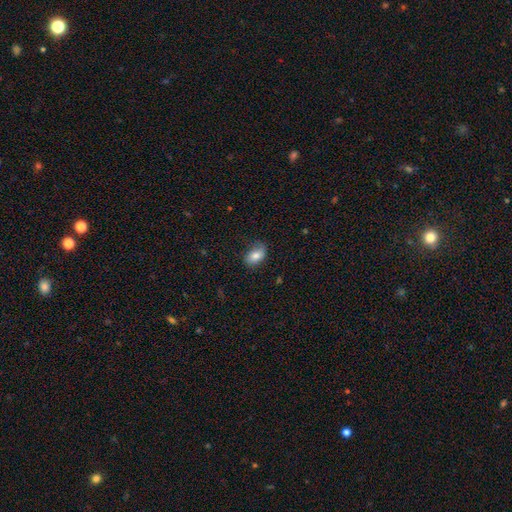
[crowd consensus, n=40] Smooth or featured: smooth — 80% (featured or disk — 15%)
How rounded: in between — 94% (round — 6%)
Merging: none — 79% (minor disturbance — 18%)